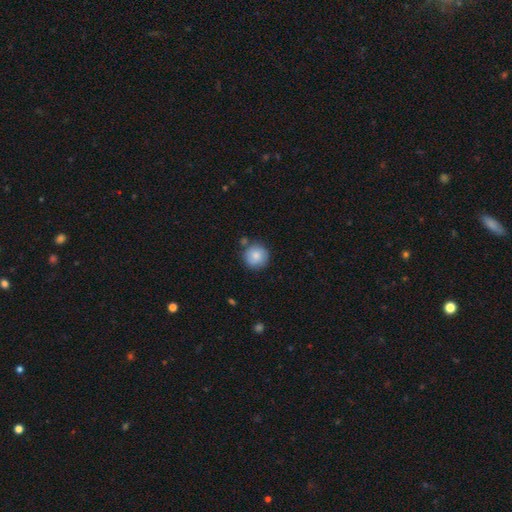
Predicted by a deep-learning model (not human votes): Morphology: type=smooth (83%); roundness=round (94%); merging=none (80%).